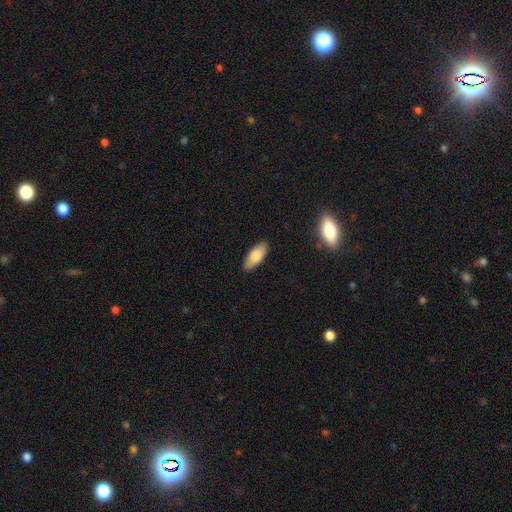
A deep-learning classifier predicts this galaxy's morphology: smooth 80%, featured or disk 14%, star or artifact 6%. Down the decision tree: how rounded — in between (83%); merging — none (88%).